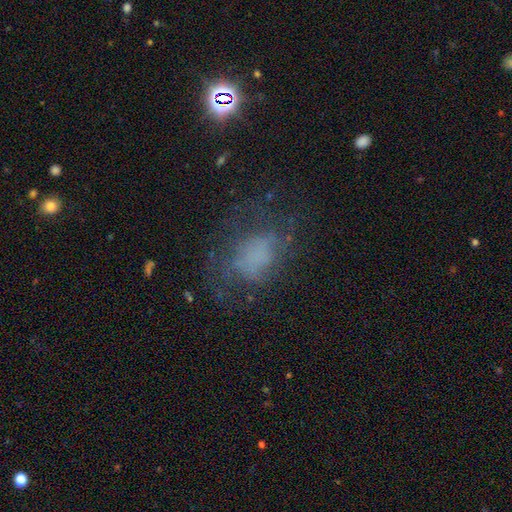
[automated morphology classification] Smooth or featured?
  - smooth: 43% *
  - featured or disk: 38%
  - star or artifact: 19%
Merging?
  - none: 54% *
  - major disturbance: 23%
  - minor disturbance: 21%
  - merger: 2%